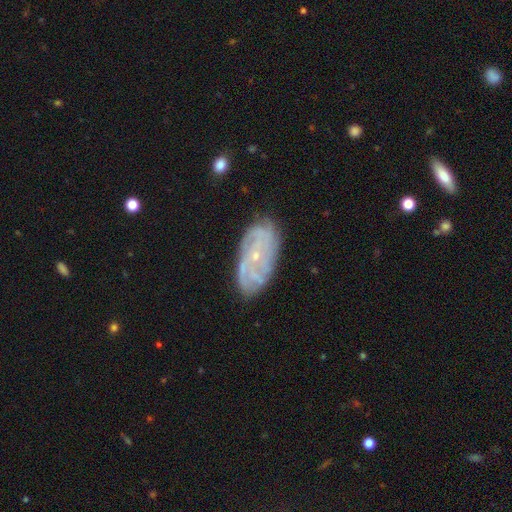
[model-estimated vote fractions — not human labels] This appears to be a featured or disk galaxy (76%) with no bar (76%), tight (61%) spiral arms (88%) and a small central bulge (82%). Merging: none (79%).